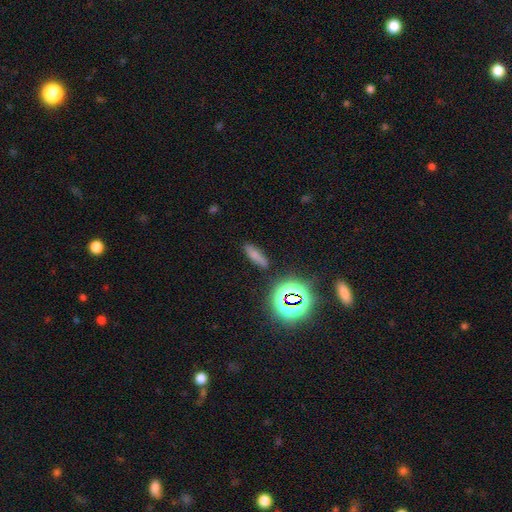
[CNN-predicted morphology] A smooth galaxy with no disk features (67%) that is cigar-shaped (55%). Merging: none (80%).